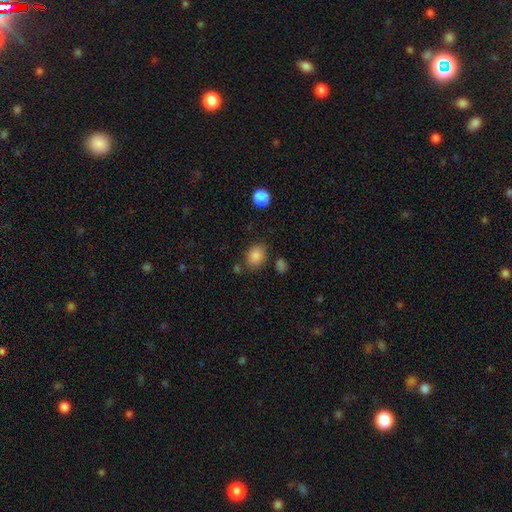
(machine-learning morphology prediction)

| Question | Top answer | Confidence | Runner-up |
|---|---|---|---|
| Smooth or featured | smooth | 86% | star or artifact (9%) |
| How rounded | in between | 58% | round (42%) |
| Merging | none | 76% | minor disturbance (14%) |